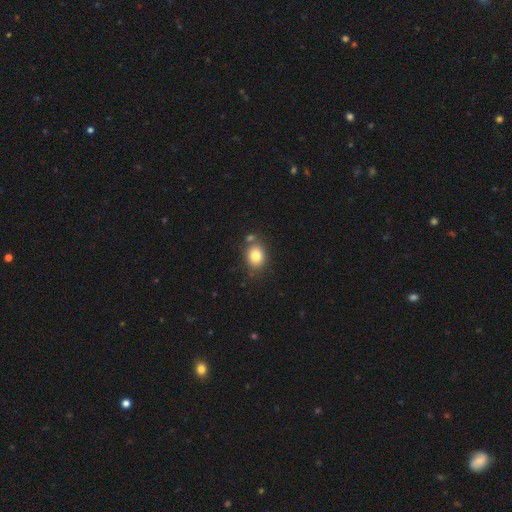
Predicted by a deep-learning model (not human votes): Overall: smooth (80%). How rounded: round (52%; in between 47%). Merging: none (71%).